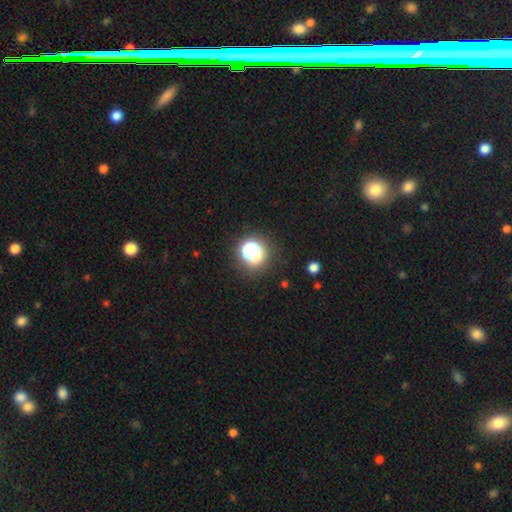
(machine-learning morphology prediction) Smooth or featured? Predicted: smooth (p=0.53). How rounded? Predicted: round (p=0.85). Merging? Predicted: none (p=0.72).